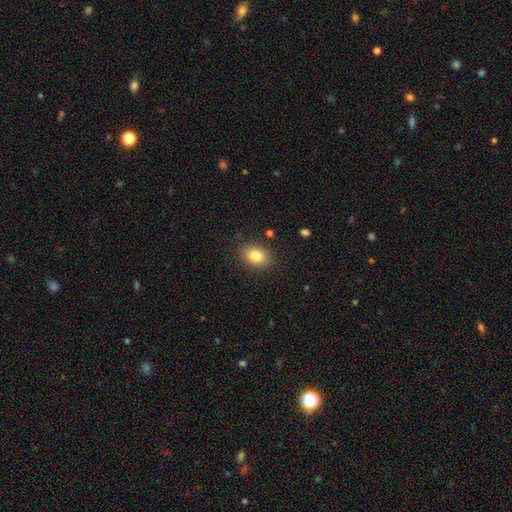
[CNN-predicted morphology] A smooth galaxy with no disk features (84%) that is in between round and cigar-shaped (68%).

Vote fractions:
- Smooth or featured? smooth: 84% / star or artifact: 9% / featured or disk: 8%
- How rounded? in between: 68% / round: 31% / cigar-shaped: 1%
- Merging? none: 86% / minor disturbance: 10% / major disturbance: 3% / merger: 2%